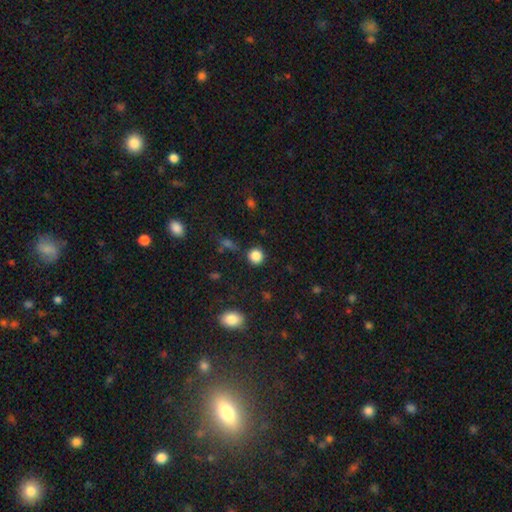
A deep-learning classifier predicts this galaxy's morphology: Smooth or featured?
  - smooth: 85% *
  - star or artifact: 11%
  - featured or disk: 4%
How rounded?
  - round: 92% *
  - in between: 7%
  - cigar-shaped: 1%
Merging?
  - none: 87% *
  - minor disturbance: 8%
  - major disturbance: 3%
  - merger: 2%